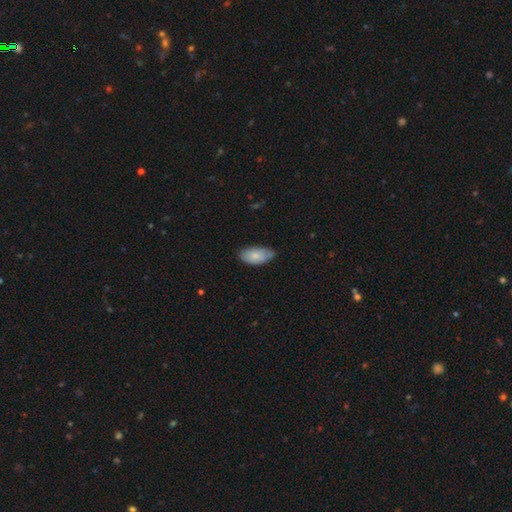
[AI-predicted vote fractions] smooth_or_featured: smooth (p=0.77) [alt: featured or disk p=0.17]
how_rounded: in between (p=0.94) [alt: round p=0.03]
merging: none (p=0.58) [alt: minor disturbance p=0.35]